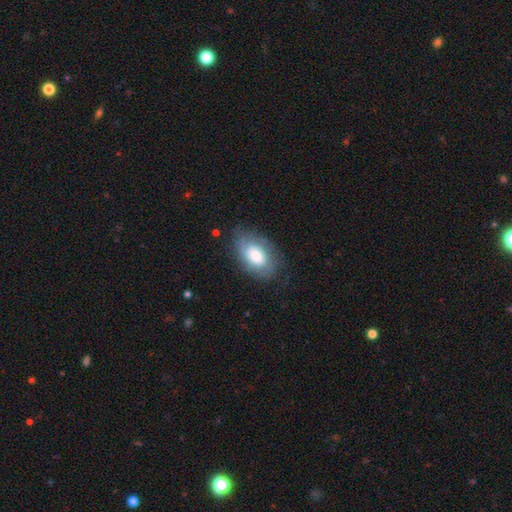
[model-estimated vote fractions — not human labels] Smooth or featured? smooth (52%)
How rounded? in between (90%)
Merging? none (69%)